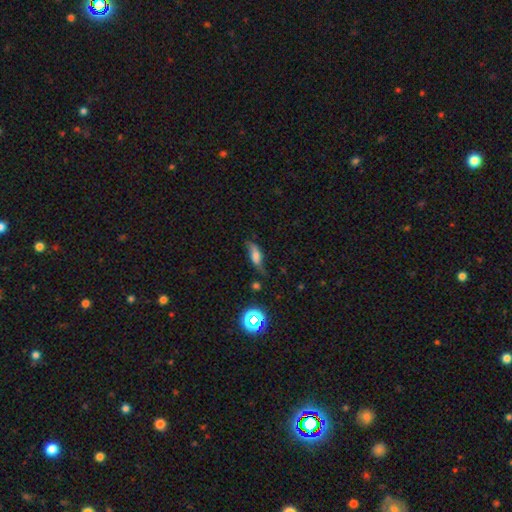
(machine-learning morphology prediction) Overall: smooth (47%; featured or disk 41%). Merging: none (56%; minor disturbance 29%).